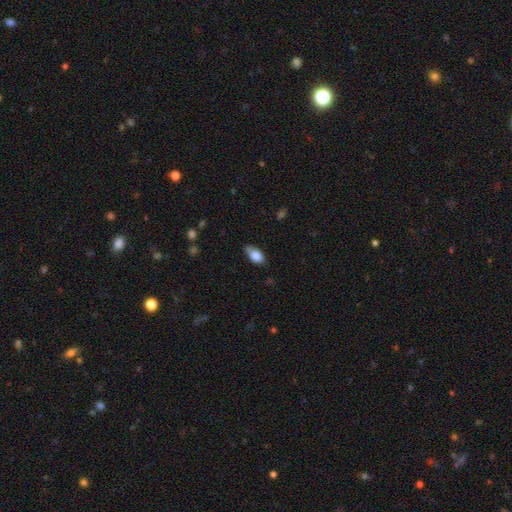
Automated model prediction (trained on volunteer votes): Morphology: type=smooth (80%); roundness=in between (87%); merging=none (58%).